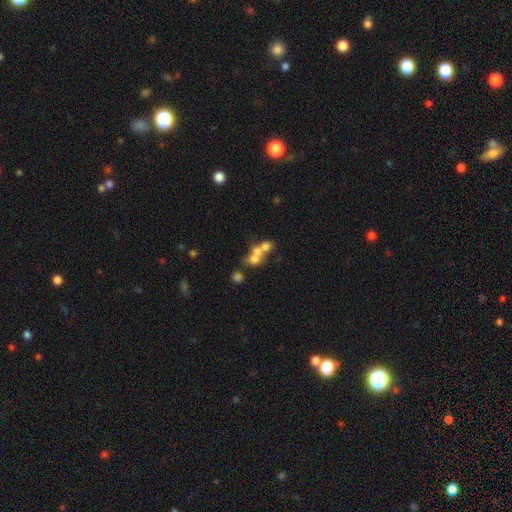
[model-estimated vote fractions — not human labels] Smooth or featured?
  - smooth: 58% *
  - featured or disk: 27%
  - star or artifact: 15%
How rounded?
  - round: 66% *
  - in between: 32%
  - cigar-shaped: 2%
Merging?
  - merger: 64% *
  - none: 24%
  - minor disturbance: 6%
  - major disturbance: 5%